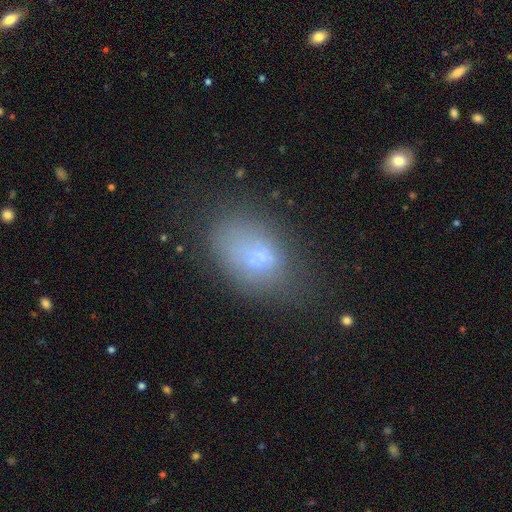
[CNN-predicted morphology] A smooth galaxy with no disk features (65%) that is in between round and cigar-shaped (85%).

Vote fractions:
- Smooth or featured? smooth: 65% / featured or disk: 20% / star or artifact: 14%
- How rounded? in between: 85% / round: 13% / cigar-shaped: 2%
- Merging? none: 49% / minor disturbance: 27% / major disturbance: 16% / merger: 8%